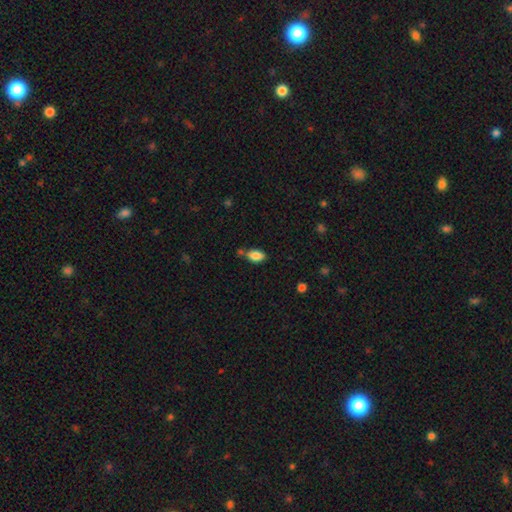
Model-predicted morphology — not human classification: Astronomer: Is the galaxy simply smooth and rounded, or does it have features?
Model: smooth — 85%.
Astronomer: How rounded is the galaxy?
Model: in between — 90%.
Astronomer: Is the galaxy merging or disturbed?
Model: none — 63%.